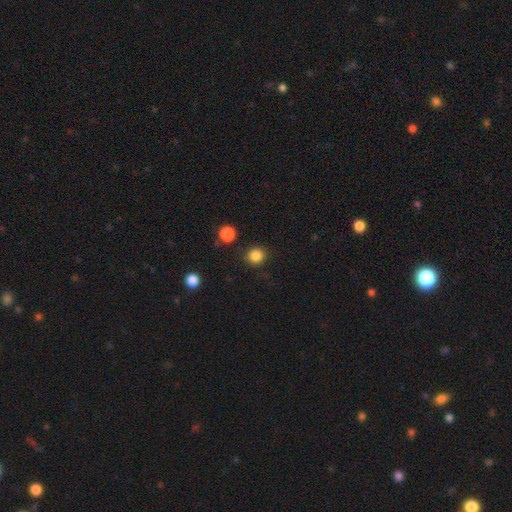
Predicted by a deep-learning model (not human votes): smooth_or_featured: smooth (p=0.84) [alt: star or artifact p=0.12]
how_rounded: round (p=0.88) [alt: in between p=0.11]
merging: none (p=0.87) [alt: minor disturbance p=0.08]